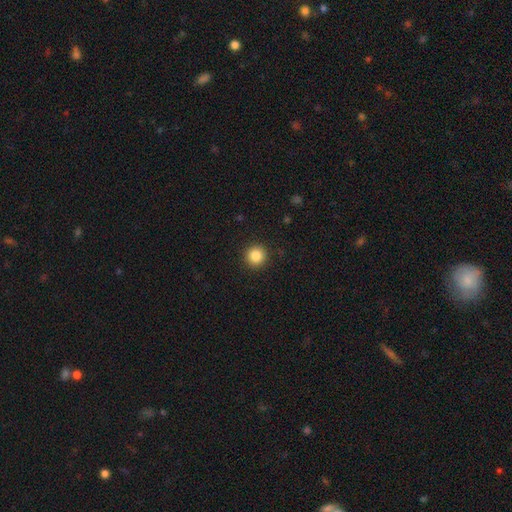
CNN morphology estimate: Smooth or featured?
  - smooth: 85% *
  - star or artifact: 11%
  - featured or disk: 4%
How rounded?
  - round: 95% *
  - in between: 4%
  - cigar-shaped: 1%
Merging?
  - none: 92% *
  - minor disturbance: 5%
  - major disturbance: 2%
  - merger: 1%